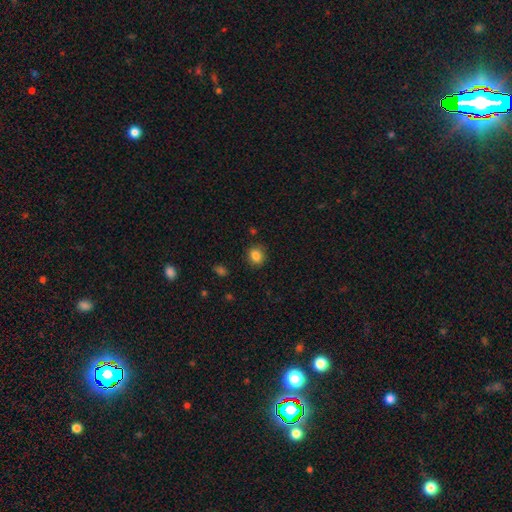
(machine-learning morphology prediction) A smooth galaxy with no disk features (85%) that is round (76%).

Vote fractions:
- Smooth or featured? smooth: 85% / star or artifact: 10% / featured or disk: 5%
- How rounded? round: 76% / in between: 23% / cigar-shaped: 1%
- Merging? none: 88% / minor disturbance: 8% / major disturbance: 2% / merger: 1%